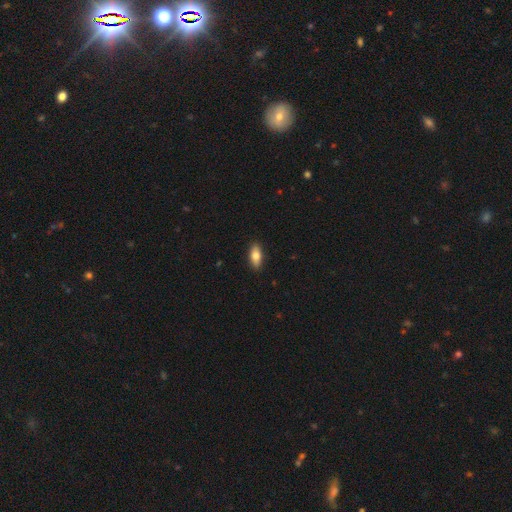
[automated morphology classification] This is likely a smooth galaxy (77%). How rounded: clearly in between (83%). Merging: clearly none (89%).